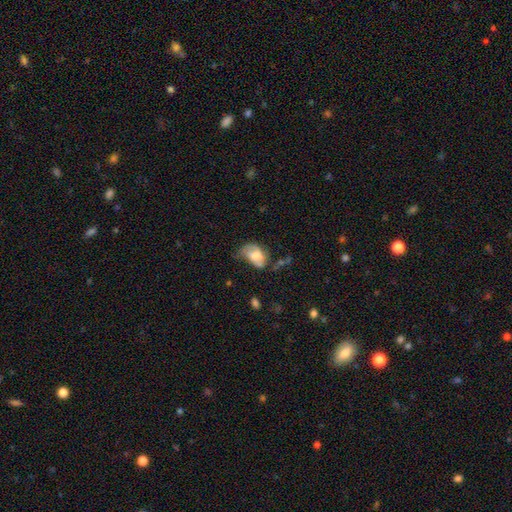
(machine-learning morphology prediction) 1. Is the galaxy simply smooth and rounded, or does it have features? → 58% smooth, 33% featured or disk, 8% star or artifact.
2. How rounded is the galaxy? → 83% in between, 15% round, 1% cigar-shaped.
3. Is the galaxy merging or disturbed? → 37% minor disturbance, 31% none, 25% major disturbance, 6% merger.